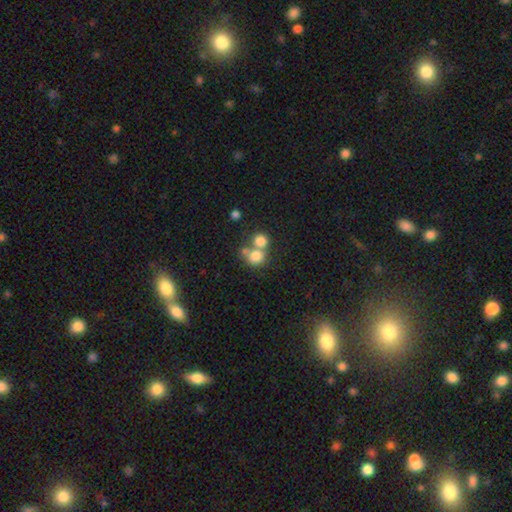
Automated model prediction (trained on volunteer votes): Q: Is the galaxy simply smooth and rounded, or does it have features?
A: smooth — 76%.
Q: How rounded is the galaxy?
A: round — 80%.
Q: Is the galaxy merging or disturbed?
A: merger — 52%.